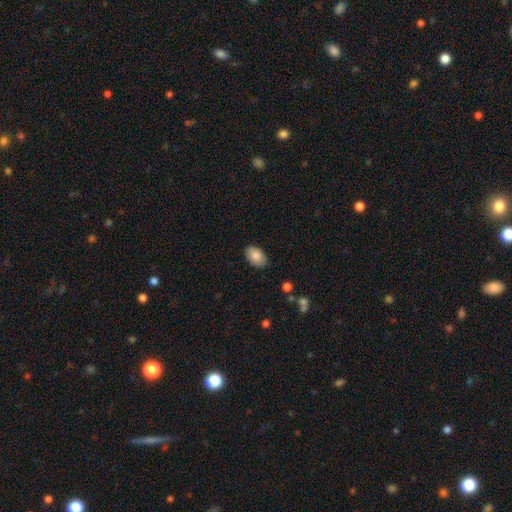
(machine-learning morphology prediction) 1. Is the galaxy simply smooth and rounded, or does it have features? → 83% smooth, 10% featured or disk, 7% star or artifact.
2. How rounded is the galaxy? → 89% in between, 10% round, 1% cigar-shaped.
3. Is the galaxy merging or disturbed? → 85% none, 12% minor disturbance, 2% major disturbance, 1% merger.